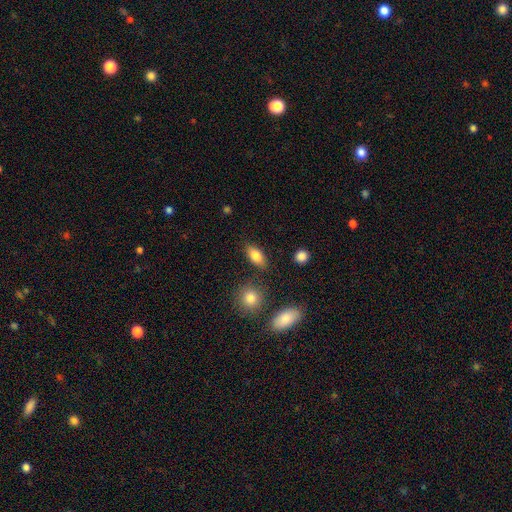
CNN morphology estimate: smooth_or_featured: smooth (p=0.81) [alt: featured or disk p=0.11]
how_rounded: in between (p=0.87) [alt: cigar-shaped p=0.07]
merging: none (p=0.82) [alt: minor disturbance p=0.11]